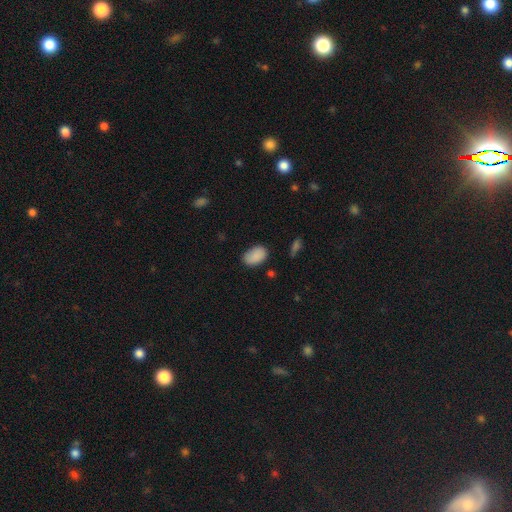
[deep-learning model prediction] Smooth or featured? Predicted: smooth (p=0.88). How rounded? Predicted: in between (p=0.90). Merging? Predicted: none (p=0.78).